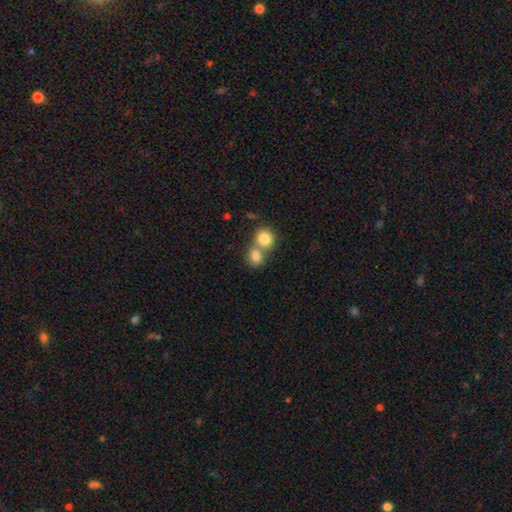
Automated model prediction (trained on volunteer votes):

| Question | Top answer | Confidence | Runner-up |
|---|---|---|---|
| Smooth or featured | smooth | 81% | star or artifact (10%) |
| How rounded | round | 75% | in between (24%) |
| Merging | merger | 56% | none (36%) |